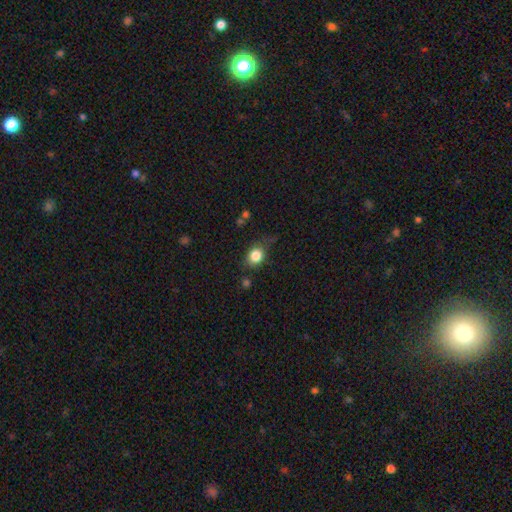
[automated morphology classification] type=smooth (83%); roundness=round (56%); merging=none (70%).